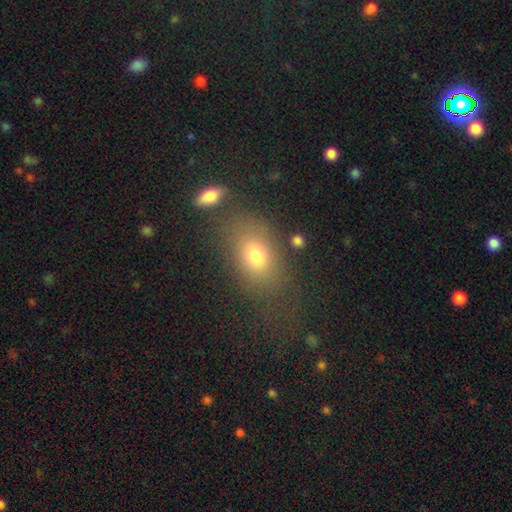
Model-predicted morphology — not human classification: type=smooth (72%); roundness=in between (79%); merging=none (65%).